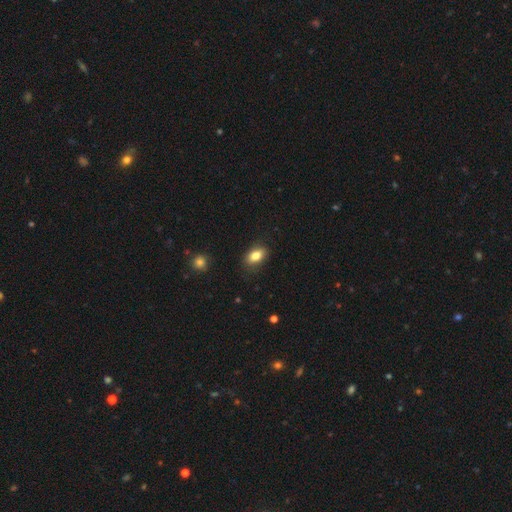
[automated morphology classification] smooth-or-featured: smooth: 84% | star or artifact: 8% | featured or disk: 7%
  how-rounded: in between: 87% | round: 10% | cigar-shaped: 3%
  merging: none: 84% | minor disturbance: 12% | major disturbance: 3% | merger: 1%